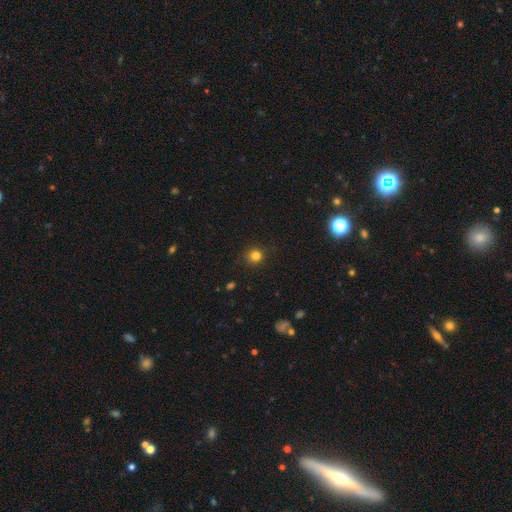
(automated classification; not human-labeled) smooth 82%, star or artifact 14%, featured or disk 5%. Down the decision tree: how rounded — round (92%); merging — none (89%).